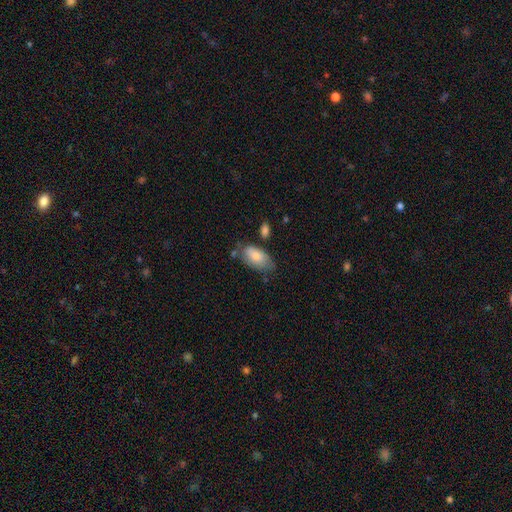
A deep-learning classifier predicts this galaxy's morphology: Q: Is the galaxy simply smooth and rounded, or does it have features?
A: smooth — 75%.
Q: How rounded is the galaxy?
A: in between — 93%.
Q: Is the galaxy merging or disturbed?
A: none — 55%.